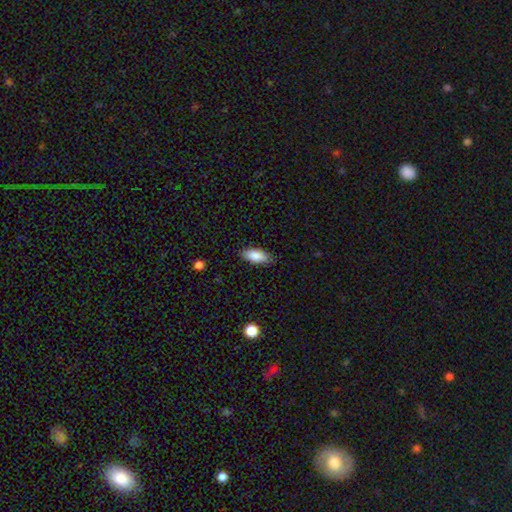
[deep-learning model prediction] Smooth or featured?
  - smooth: 87% *
  - featured or disk: 7%
  - star or artifact: 6%
How rounded?
  - in between: 87% *
  - cigar-shaped: 11%
  - round: 2%
Merging?
  - none: 85% *
  - minor disturbance: 12%
  - major disturbance: 2%
  - merger: 1%